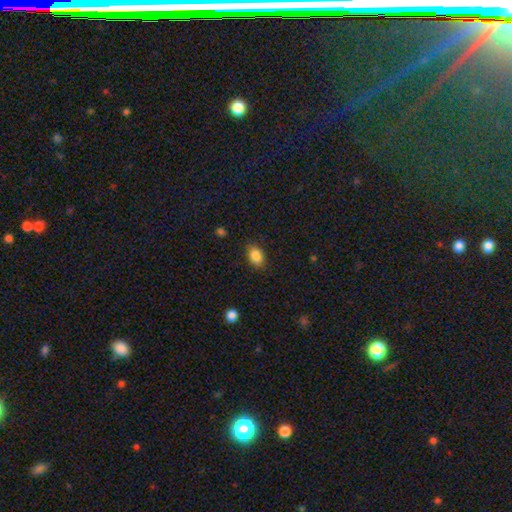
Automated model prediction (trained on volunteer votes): This appears to be a smooth galaxy with no disk features (87%) that is in between round and cigar-shaped (80%). Merging: none (85%).